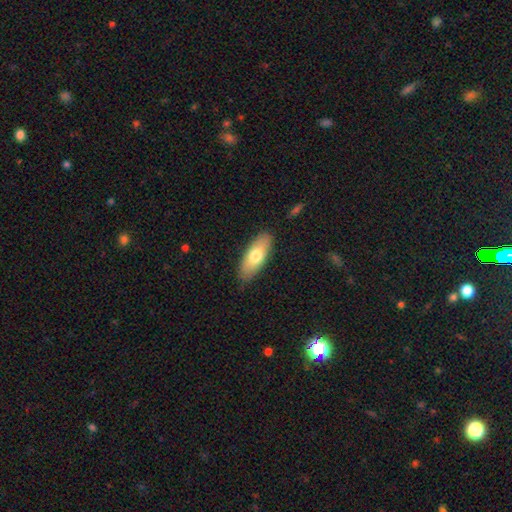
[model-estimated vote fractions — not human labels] Smooth or featured? smooth (71%)
How rounded? in between (76%)
Merging? none (86%)